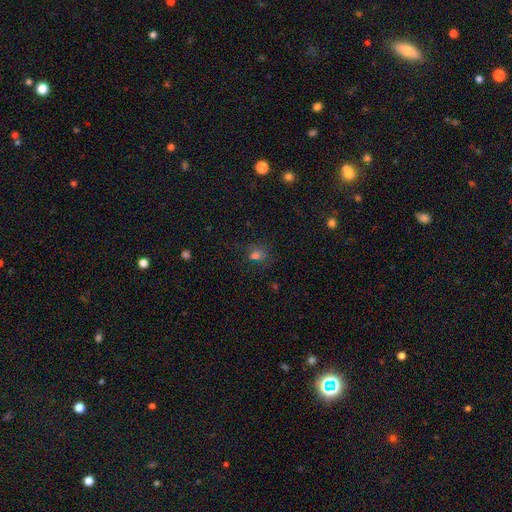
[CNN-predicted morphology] Smooth or featured? Predicted: smooth (p=0.66). How rounded? Predicted: round (p=0.66). Merging? Predicted: none (p=0.70).